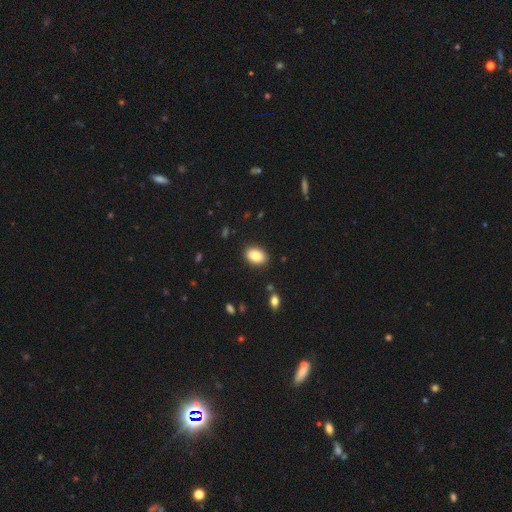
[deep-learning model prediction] This is clearly a smooth galaxy (83%). How rounded: clearly in between (85%). Merging: clearly none (88%).